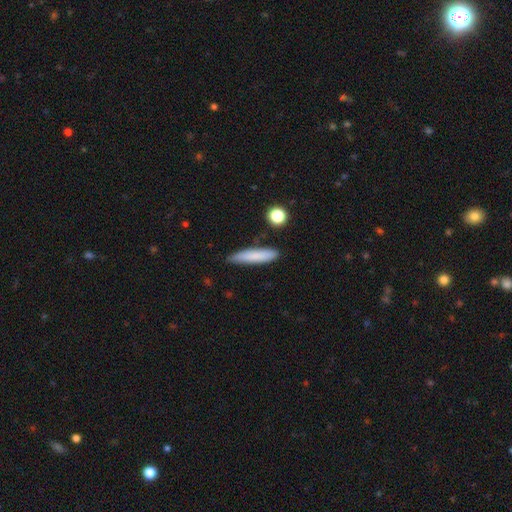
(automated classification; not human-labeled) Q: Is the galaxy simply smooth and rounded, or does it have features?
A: smooth — 81%.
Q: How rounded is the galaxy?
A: cigar-shaped — 83%.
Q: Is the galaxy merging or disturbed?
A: none — 83%.